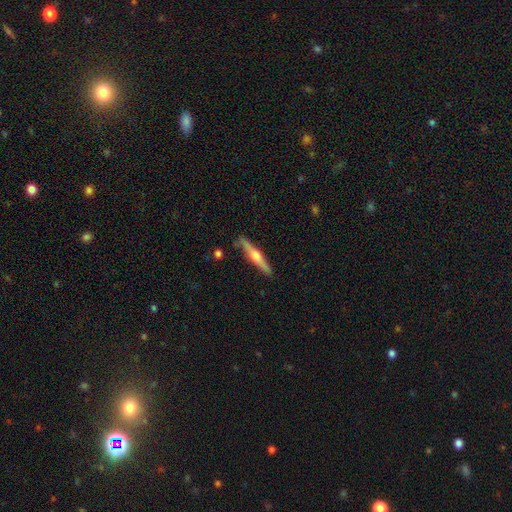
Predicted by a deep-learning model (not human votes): The model was most divided on "smooth or featured": featured or disk: 72%, smooth: 23%, star or artifact: 5%. More confident: edge-on disk — yes (98%); edge-on bulge — rounded (90%); merging — none (87%).